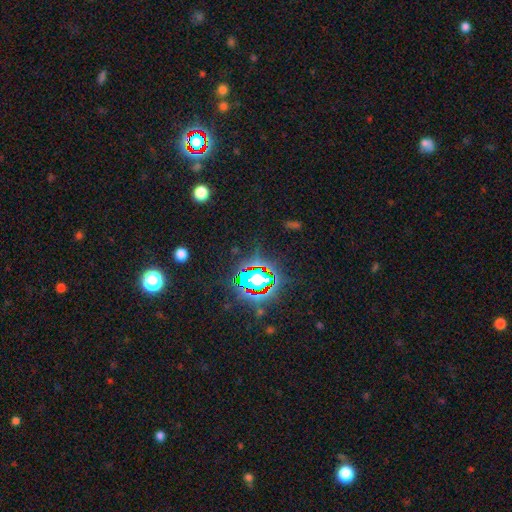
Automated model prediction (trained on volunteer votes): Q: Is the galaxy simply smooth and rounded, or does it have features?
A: star or artifact — 83%.